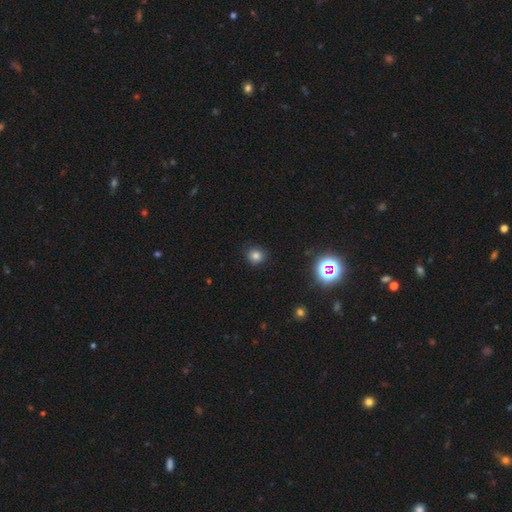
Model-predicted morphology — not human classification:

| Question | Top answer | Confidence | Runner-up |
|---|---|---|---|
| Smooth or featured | smooth | 77% | star or artifact (17%) |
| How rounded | round | 87% | in between (12%) |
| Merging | none | 89% | minor disturbance (8%) |